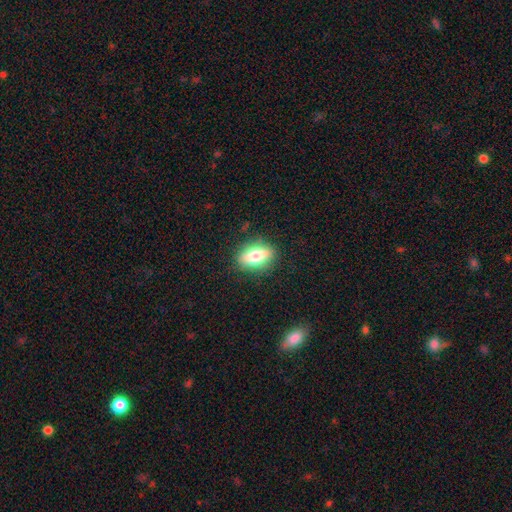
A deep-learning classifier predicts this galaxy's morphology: The model was most divided on "smooth or featured": smooth: 64%, featured or disk: 28%, star or artifact: 8%. More confident: merging — none (85%); how rounded — in between (78%).